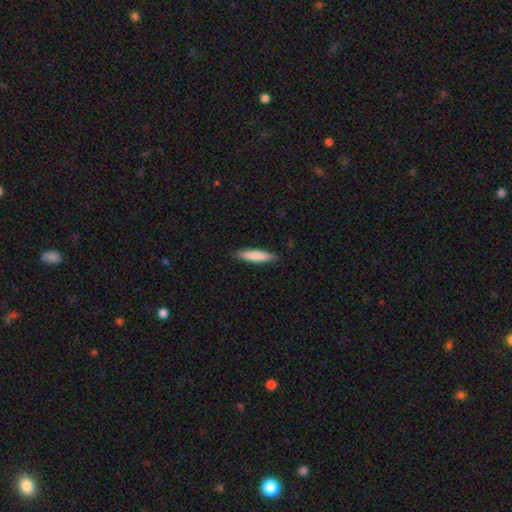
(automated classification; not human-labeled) Smooth or featured? smooth (83%)
How rounded? cigar-shaped (82%)
Merging? none (89%)